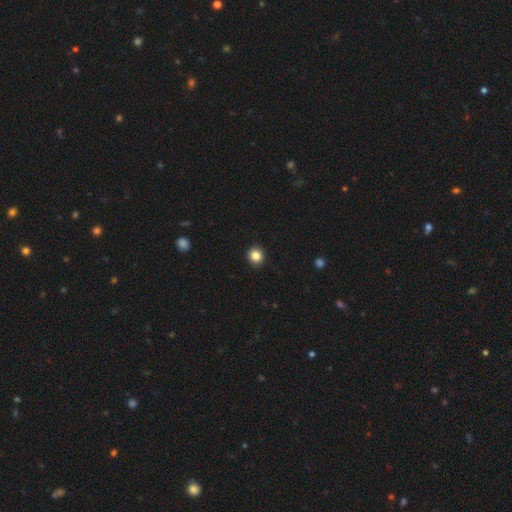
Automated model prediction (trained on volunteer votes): A smooth galaxy with no disk features (85%) that is round (91%). Merging: none (93%).